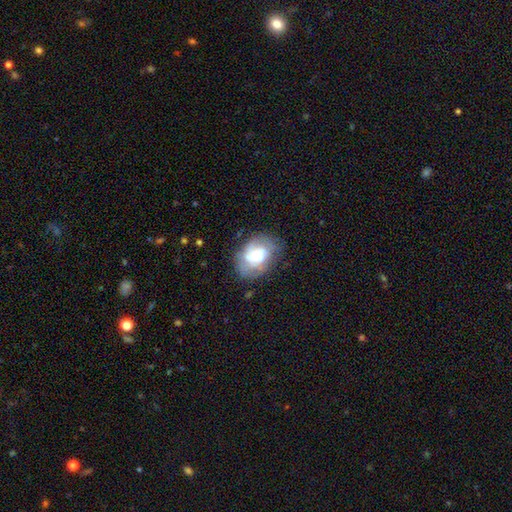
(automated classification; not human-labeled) Q: Smooth or featured?
A: featured or disk (61%); runner-up: smooth (31%)
Q: Edge-on disk?
A: no (97%); runner-up: yes (3%)
Q: Bar?
A: no (57%); runner-up: weak (34%)
Q: Spiral arms?
A: yes (77%); runner-up: no (23%)
Q: Bulge size?
A: small (45%); runner-up: moderate (32%)
Q: Merging?
A: none (61%); runner-up: minor disturbance (23%)